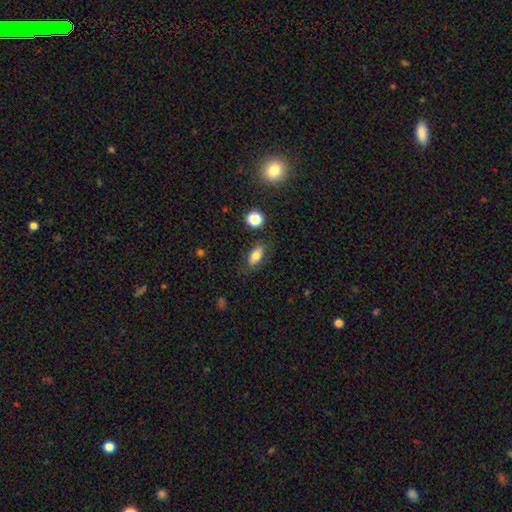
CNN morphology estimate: This appears to be a smooth galaxy with no disk features (76%) that is in between round and cigar-shaped (83%). Merging: none (80%).